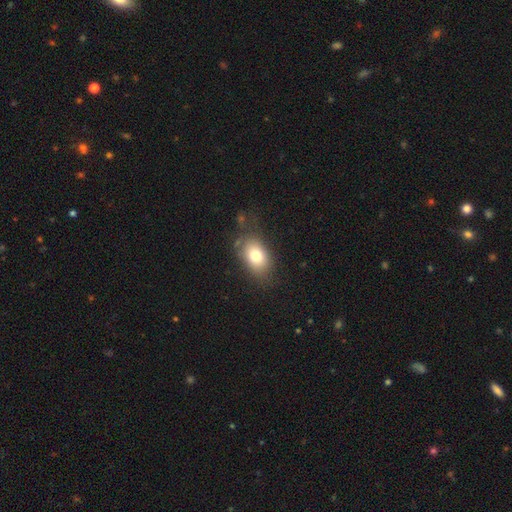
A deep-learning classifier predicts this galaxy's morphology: Smooth or featured? smooth (76%)
How rounded? in between (80%)
Merging? none (70%)